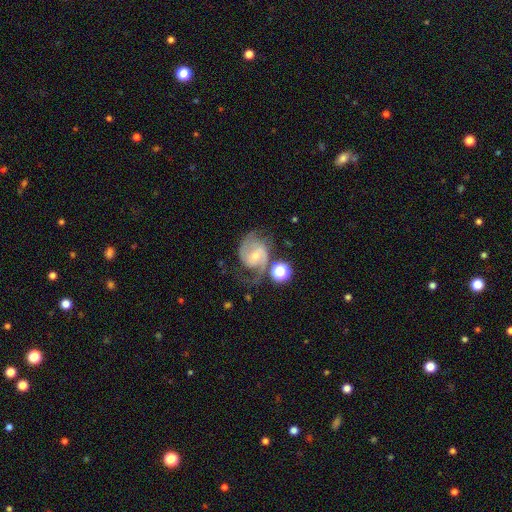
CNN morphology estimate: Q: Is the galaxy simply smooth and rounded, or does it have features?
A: featured or disk — 83%.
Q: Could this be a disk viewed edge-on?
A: no — 98%.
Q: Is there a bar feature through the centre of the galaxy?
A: no — 46%.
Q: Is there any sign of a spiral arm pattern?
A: yes — 96%.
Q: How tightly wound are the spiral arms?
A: medium — 51%.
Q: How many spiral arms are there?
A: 2 — 82%.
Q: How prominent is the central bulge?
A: small — 58%.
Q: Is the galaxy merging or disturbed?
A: none — 58%.